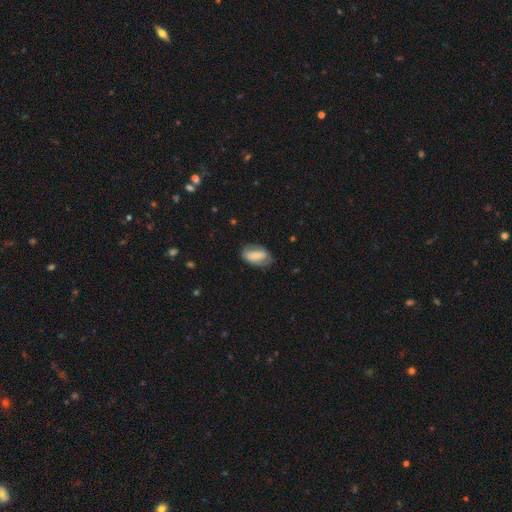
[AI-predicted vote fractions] Morphology: type=smooth (55%); roundness=in between (90%); merging=none (68%).